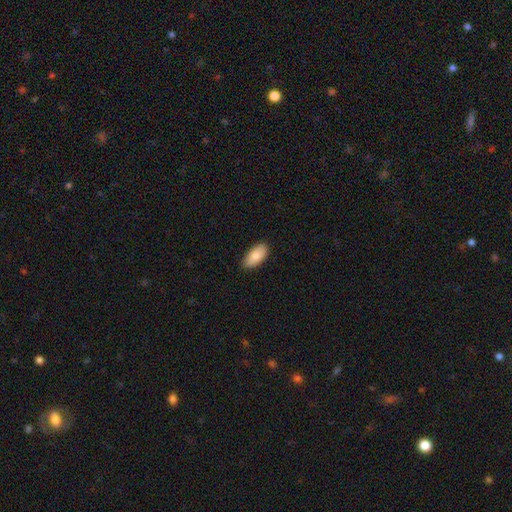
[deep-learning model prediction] Q: Smooth or featured?
A: smooth (86%); runner-up: featured or disk (8%)
Q: How rounded?
A: in between (93%); runner-up: cigar-shaped (5%)
Q: Merging?
A: none (85%); runner-up: minor disturbance (13%)